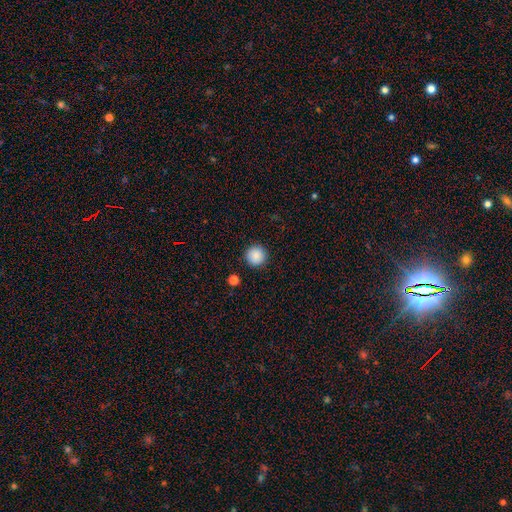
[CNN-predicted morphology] The model was most divided on "smooth or featured": smooth: 88%, star or artifact: 8%, featured or disk: 3%. More confident: how rounded — round (96%); merging — none (92%).